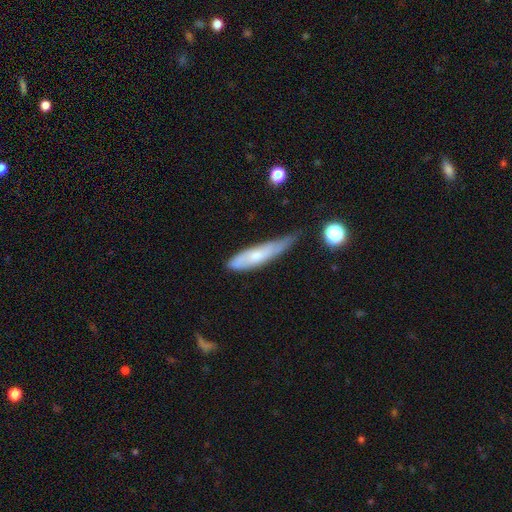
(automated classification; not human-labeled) smooth_or_featured: smooth (p=0.56) [alt: featured or disk p=0.37]
how_rounded: cigar-shaped (p=0.76) [alt: in between p=0.22]
merging: minor disturbance (p=0.45) [alt: none p=0.38]